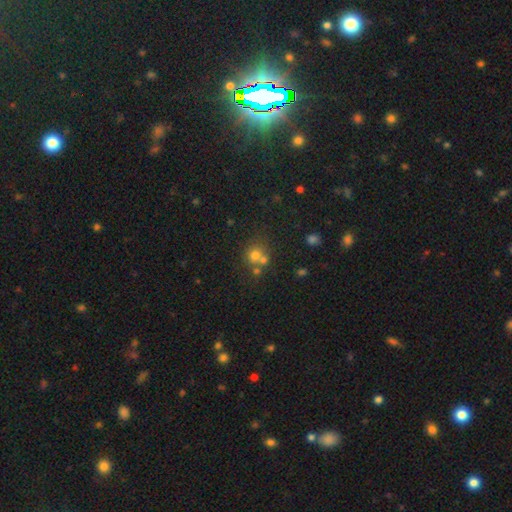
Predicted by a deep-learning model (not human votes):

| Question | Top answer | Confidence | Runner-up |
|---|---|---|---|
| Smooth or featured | smooth | 68% | star or artifact (18%) |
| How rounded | round | 84% | in between (15%) |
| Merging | none | 48% | merger (40%) |